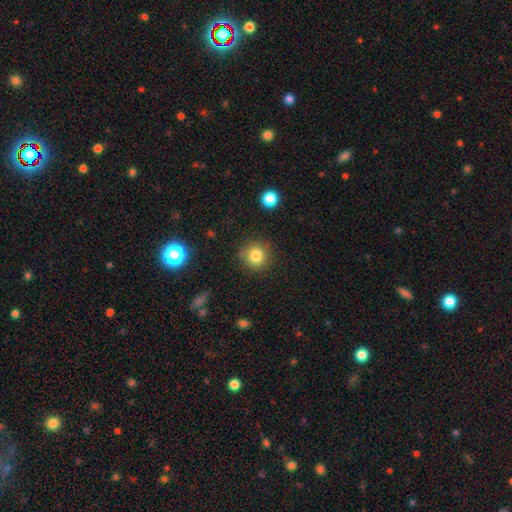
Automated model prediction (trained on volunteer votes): A smooth galaxy with no disk features (82%) that is round (91%). Merging: none (86%).